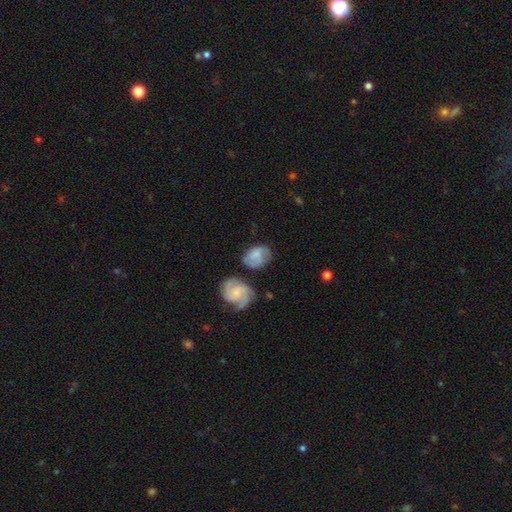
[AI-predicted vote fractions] Smooth or featured?
  - smooth: 51% *
  - featured or disk: 42%
  - star or artifact: 7%
How rounded?
  - in between: 63% *
  - round: 35%
  - cigar-shaped: 1%
Merging?
  - none: 54% *
  - minor disturbance: 24%
  - merger: 11%
  - major disturbance: 11%